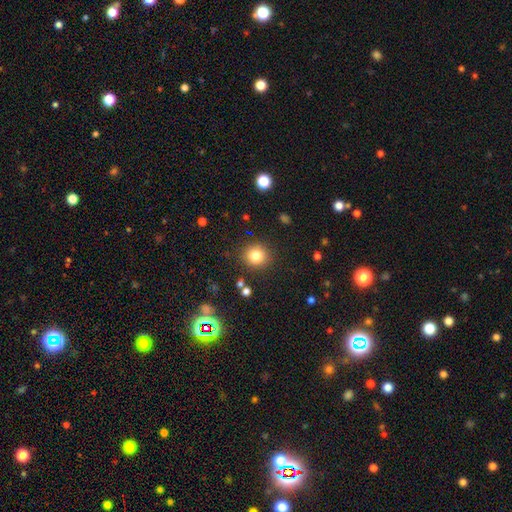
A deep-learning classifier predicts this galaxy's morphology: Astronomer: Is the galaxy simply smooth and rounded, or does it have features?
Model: smooth — 80%.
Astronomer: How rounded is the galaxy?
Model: round — 91%.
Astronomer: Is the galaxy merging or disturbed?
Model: none — 88%.